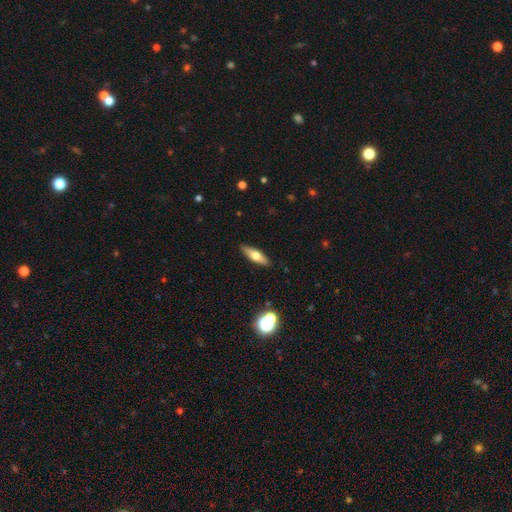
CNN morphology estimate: Smooth or featured? Predicted: smooth (p=0.58). How rounded? Predicted: cigar-shaped (p=0.53). Merging? Predicted: none (p=0.89).